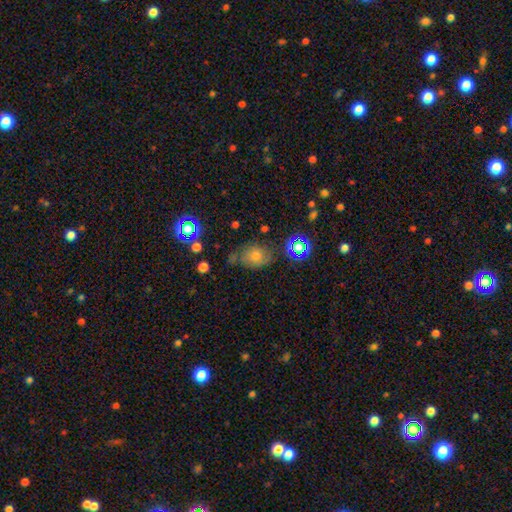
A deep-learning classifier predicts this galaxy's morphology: The model was most divided on "how rounded": round: 54%, in between: 45%, cigar-shaped: 2%. More confident: smooth or featured — smooth (62%); merging — none (61%).